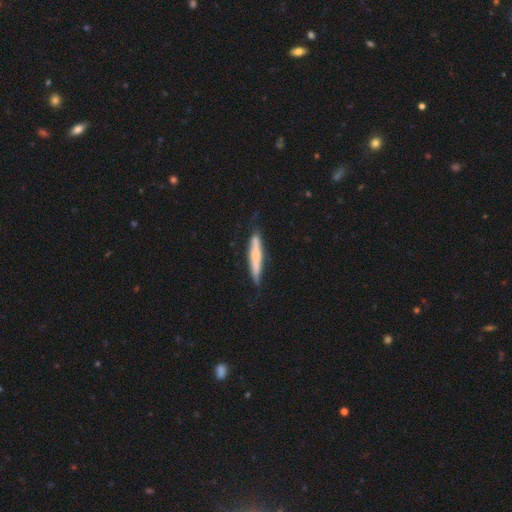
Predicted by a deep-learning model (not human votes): smooth-or-featured: smooth: 58% | featured or disk: 36% | star or artifact: 6%
  how-rounded: cigar-shaped: 92% | in between: 6% | round: 1%
  merging: none: 77% | minor disturbance: 18% | major disturbance: 3% | merger: 2%